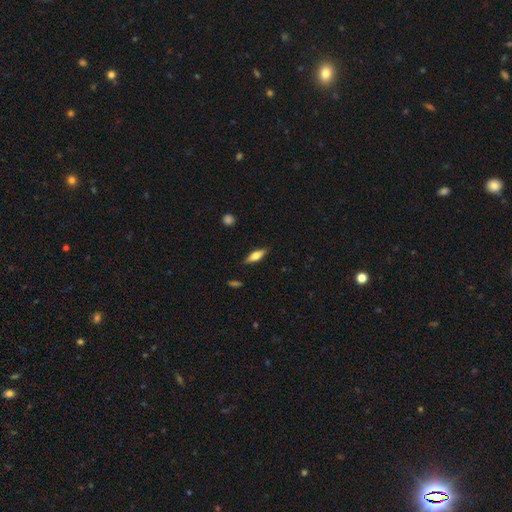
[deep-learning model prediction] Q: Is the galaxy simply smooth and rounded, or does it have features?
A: smooth — 56%.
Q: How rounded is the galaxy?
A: in between — 52%.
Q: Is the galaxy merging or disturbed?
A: none — 87%.